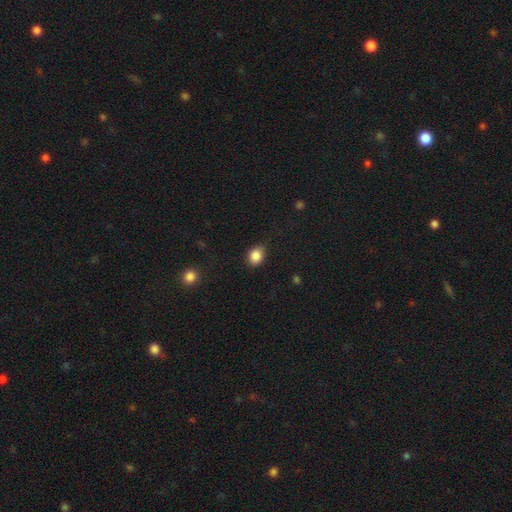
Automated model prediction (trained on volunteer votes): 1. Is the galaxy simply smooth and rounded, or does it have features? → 86% smooth, 9% star or artifact, 5% featured or disk.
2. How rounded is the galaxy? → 54% in between, 45% round, 1% cigar-shaped.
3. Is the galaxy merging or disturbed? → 75% none, 20% minor disturbance, 4% major disturbance, 1% merger.